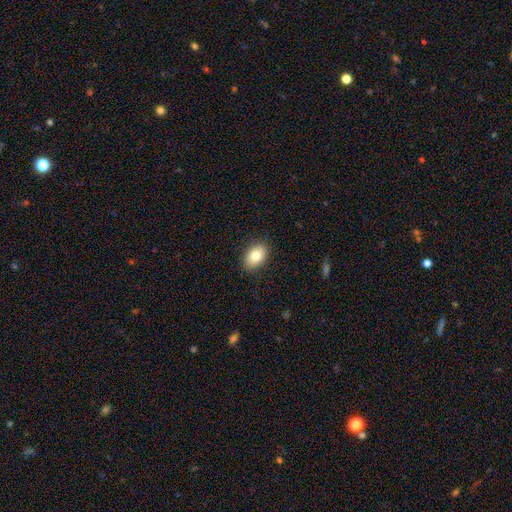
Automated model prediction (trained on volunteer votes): A smooth galaxy with no disk features (82%) that is in between round and cigar-shaped (83%). Merging: none (88%).